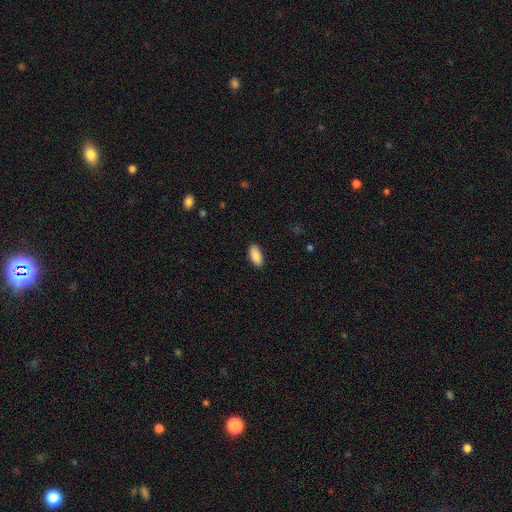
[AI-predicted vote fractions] Smooth or featured? smooth (90%)
How rounded? in between (89%)
Merging? none (89%)